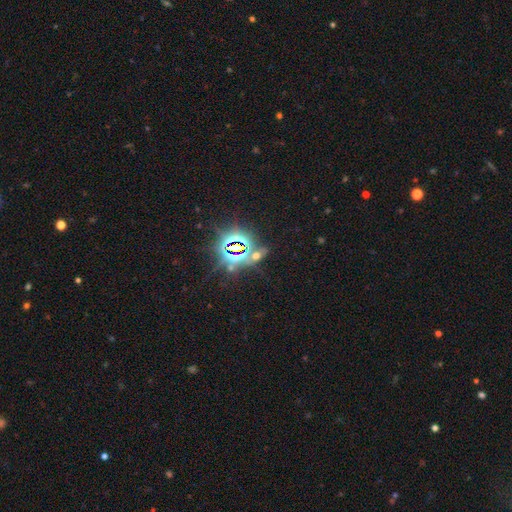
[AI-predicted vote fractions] A star or artifact, not a galaxy (69%).

Vote fractions:
- Smooth or featured? star or artifact: 69% / smooth: 20% / featured or disk: 10%